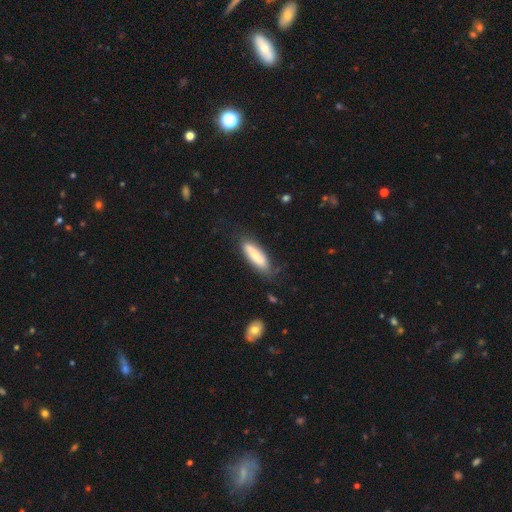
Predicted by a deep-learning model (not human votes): smooth 71%, featured or disk 23%, star or artifact 6%. Down the decision tree: how rounded — in between (52%); merging — none (68%).